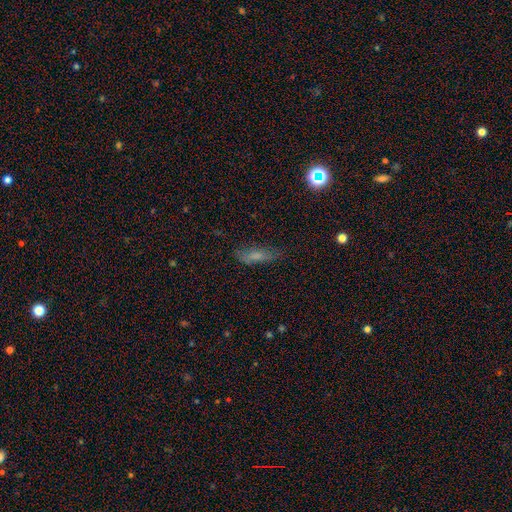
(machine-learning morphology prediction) smooth-or-featured: smooth: 68% | featured or disk: 20% | star or artifact: 12%
  how-rounded: cigar-shaped: 50% | in between: 47% | round: 3%
  merging: none: 68% | minor disturbance: 22% | major disturbance: 7% | merger: 2%